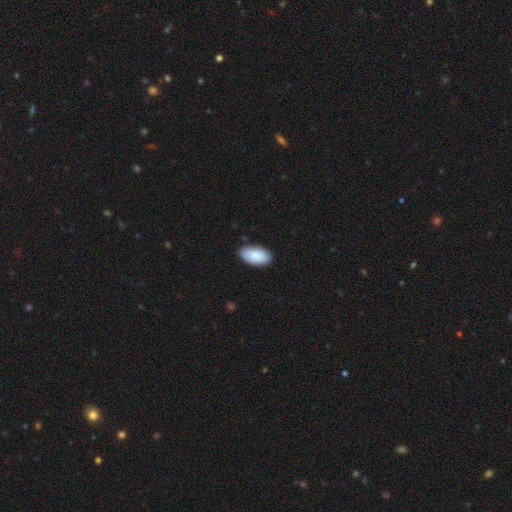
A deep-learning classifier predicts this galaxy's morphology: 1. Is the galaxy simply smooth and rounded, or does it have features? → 89% smooth, 6% featured or disk, 5% star or artifact.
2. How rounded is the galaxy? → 96% in between, 2% round, 2% cigar-shaped.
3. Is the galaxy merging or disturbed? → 87% none, 10% minor disturbance, 2% major disturbance, 1% merger.